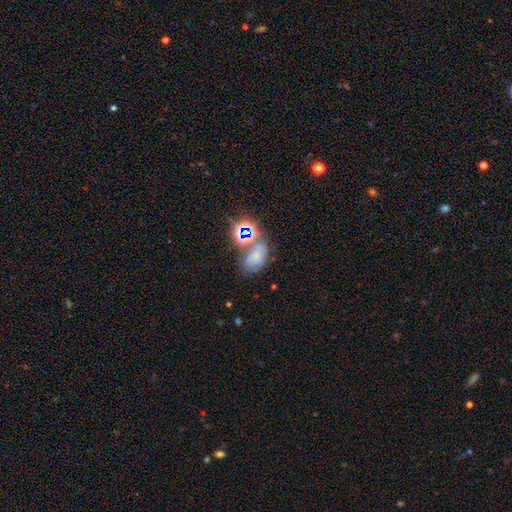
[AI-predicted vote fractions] Smooth or featured? Predicted: smooth (p=0.38). Merging? Predicted: none (p=0.39).